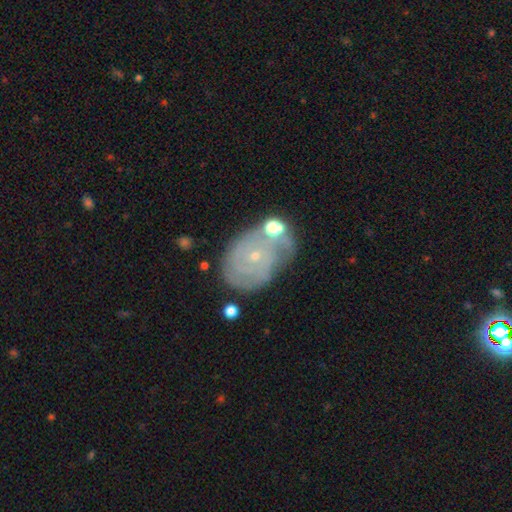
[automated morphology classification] This appears to be a featured or disk galaxy (74%) with no bar (79%), tight (74%) spiral arms (86%) and a small central bulge (81%). Merging: none (57%).